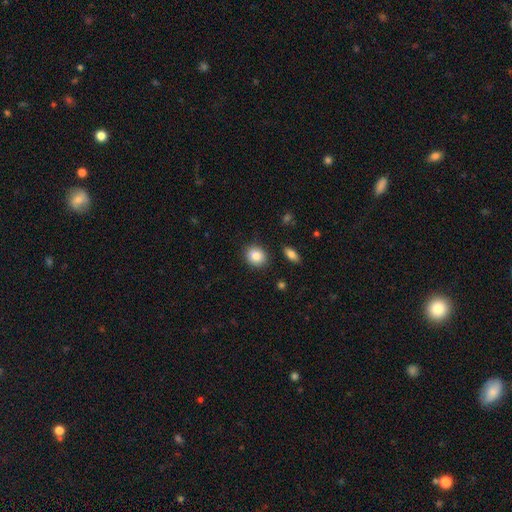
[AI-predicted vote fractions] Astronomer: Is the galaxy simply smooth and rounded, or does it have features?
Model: smooth — 86%.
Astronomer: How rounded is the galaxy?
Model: round — 66%.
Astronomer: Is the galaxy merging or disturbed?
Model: none — 87%.